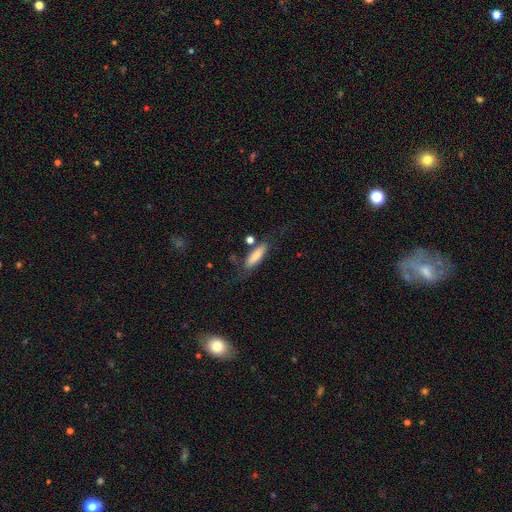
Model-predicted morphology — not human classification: This is likely a smooth galaxy (80%). How rounded: possibly cigar-shaped (56%). Merging: likely none (66%).